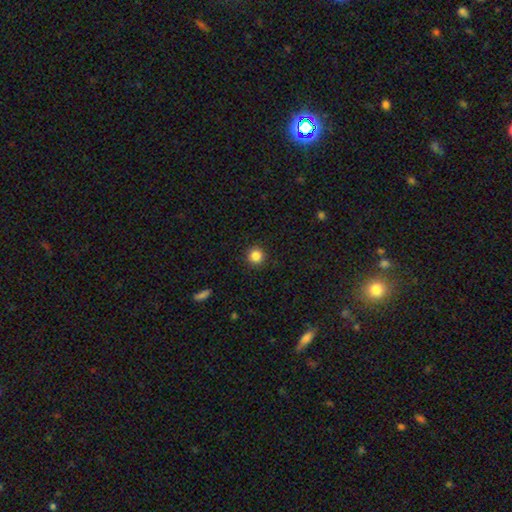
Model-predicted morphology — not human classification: This appears to be a smooth galaxy with no disk features (85%) that is round (94%). Merging: none (91%).